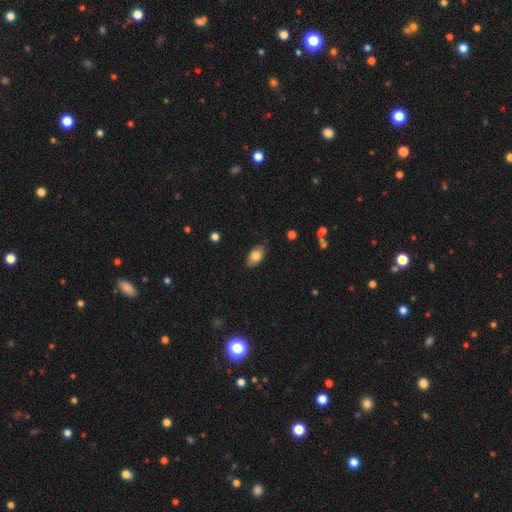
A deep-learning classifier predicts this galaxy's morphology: A smooth galaxy with no disk features (79%) that is in between round and cigar-shaped (91%). Merging: none (79%).